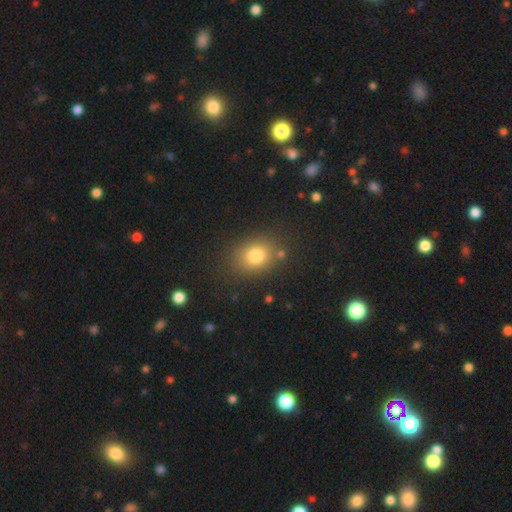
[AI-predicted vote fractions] This appears to be a smooth galaxy with no disk features (79%) that is in between round and cigar-shaped (52%). Merging: none (81%).